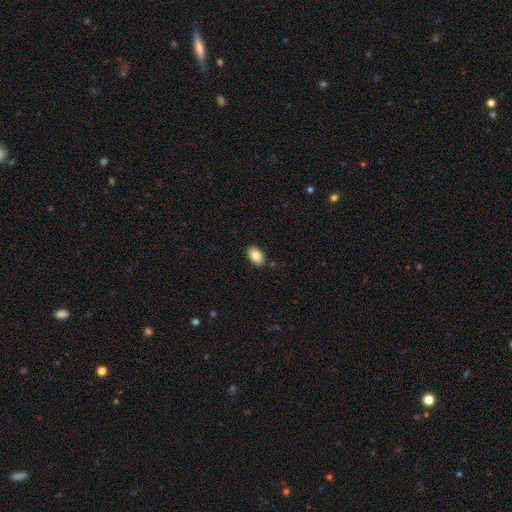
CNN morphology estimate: The model was most divided on "merging": none: 86%, minor disturbance: 10%, merger: 2%, major disturbance: 2%. More confident: how rounded — in between (93%); smooth or featured — smooth (86%).